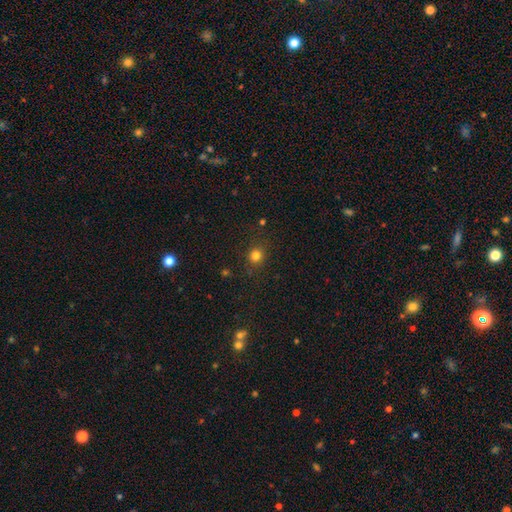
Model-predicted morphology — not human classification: A smooth galaxy with no disk features (80%) that is round (88%). Merging: none (86%).